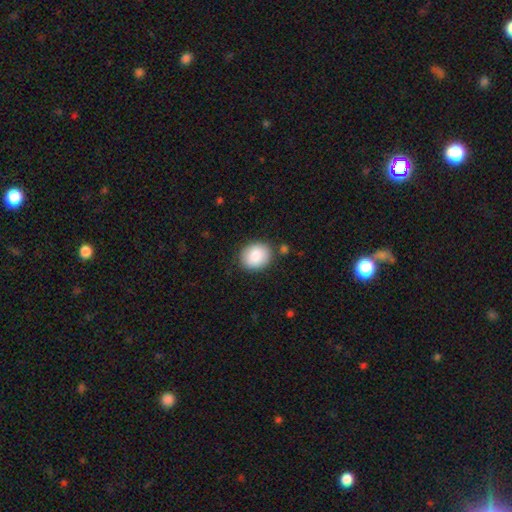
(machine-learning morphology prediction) This is clearly a smooth galaxy (86%). How rounded: likely round (61%). Merging: clearly none (84%).